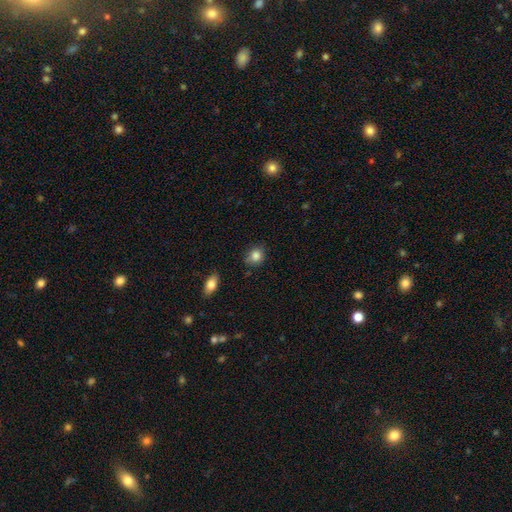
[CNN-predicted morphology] This appears to be a smooth galaxy with no disk features (85%) that is round (69%). Merging: none (76%).